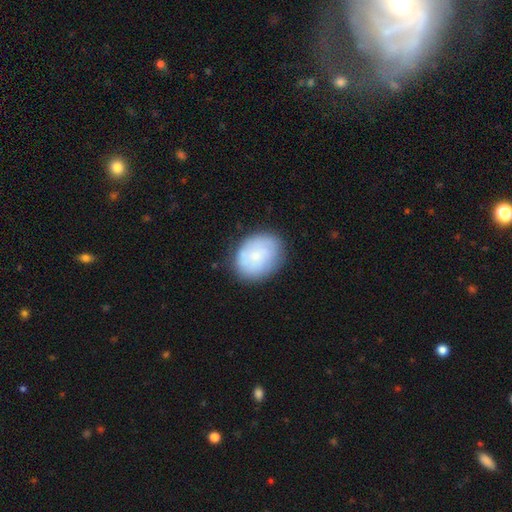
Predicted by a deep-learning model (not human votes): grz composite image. It shows a smooth galaxy with no disk features (68%) that is in between round and cigar-shaped (58%). Merging: none (74%).